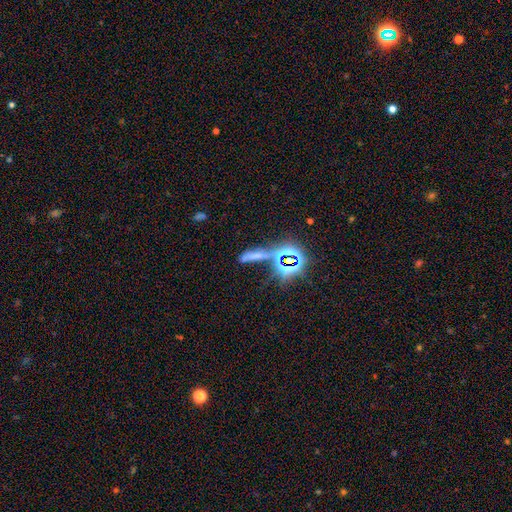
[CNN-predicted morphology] smooth_or_featured: star or artifact (p=0.45) [alt: smooth p=0.39]